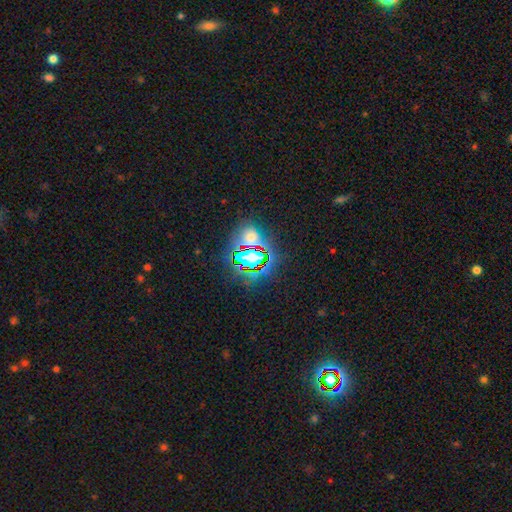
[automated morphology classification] Q: Smooth or featured?
A: star or artifact (69%); runner-up: smooth (21%)